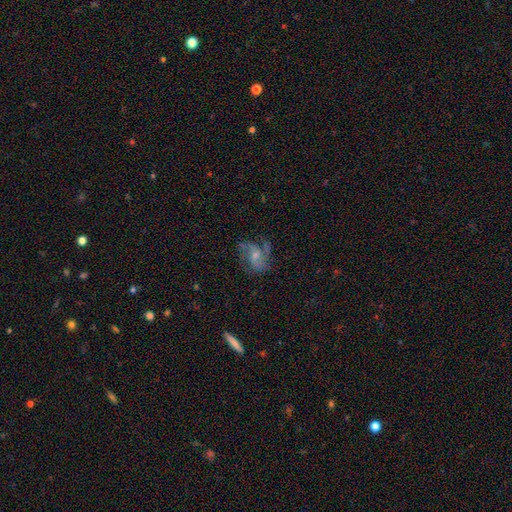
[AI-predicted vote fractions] Smooth or featured?
  - featured or disk: 75% *
  - smooth: 16%
  - star or artifact: 9%
Edge-on disk?
  - no: 98% *
  - yes: 2%
Bar?
  - no: 58% *
  - weak: 36%
  - strong: 6%
Spiral arms?
  - yes: 91% *
  - no: 9%
Spiral winding?
  - medium: 49% *
  - loose: 34%
  - tight: 16%
Spiral arm count?
  - 2: 43% *
  - 3: 28%
  - can't tell: 14%
  - 1: 5%
  - 4: 5%
  - more than 4: 4%
Bulge size?
  - small: 50% *
  - moderate: 35%
  - none: 11%
  - large: 3%
  - dominant: 1%
Merging?
  - none: 60% *
  - minor disturbance: 20%
  - major disturbance: 18%
  - merger: 2%